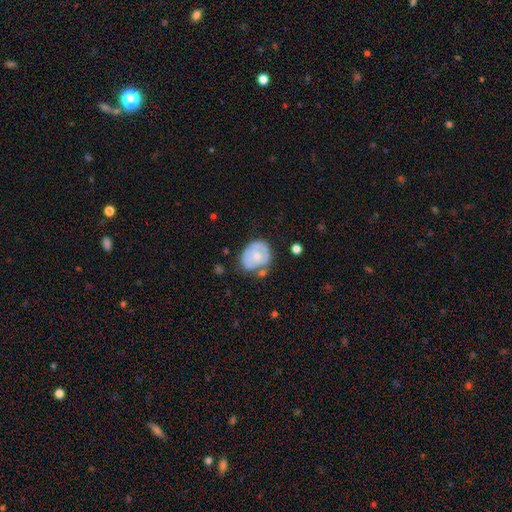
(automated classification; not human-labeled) Smooth or featured?
  - smooth: 55% *
  - featured or disk: 38%
  - star or artifact: 7%
How rounded?
  - round: 51% *
  - in between: 48%
  - cigar-shaped: 1%
Merging?
  - none: 50% *
  - minor disturbance: 30%
  - major disturbance: 11%
  - merger: 9%